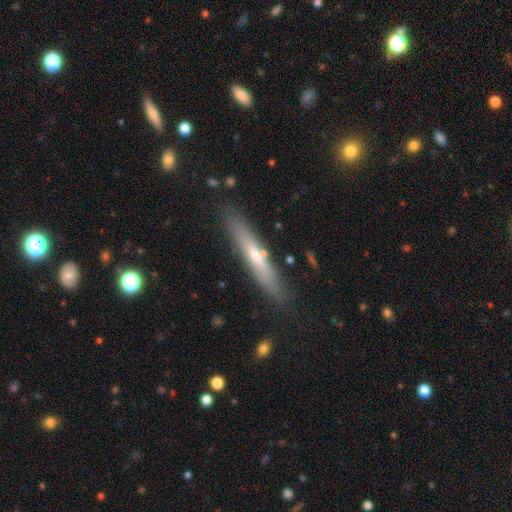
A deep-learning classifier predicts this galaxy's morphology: The model was most divided on "smooth or featured": featured or disk: 48%, smooth: 44%, star or artifact: 7%. More confident: merging — none (85%).